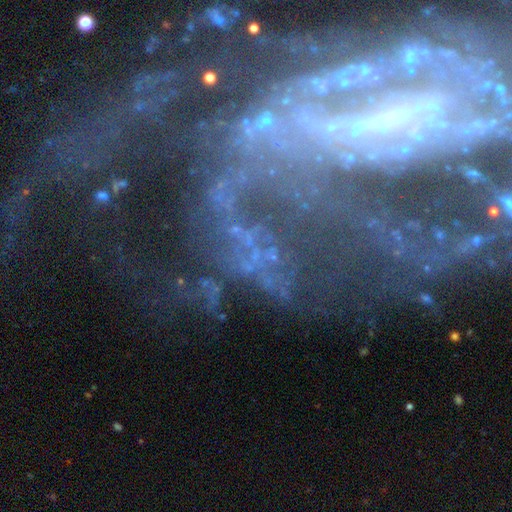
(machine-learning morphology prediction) Smooth or featured?
  - featured or disk: 71% *
  - star or artifact: 21%
  - smooth: 9%
Edge-on disk?
  - no: 93% *
  - yes: 7%
Bar?
  - strong: 42% *
  - no: 32%
  - weak: 26%
Spiral arms?
  - yes: 73% *
  - no: 27%
Bulge size?
  - small: 44% *
  - none: 31%
  - moderate: 18%
  - large: 4%
  - dominant: 3%
Merging?
  - none: 45% *
  - major disturbance: 31%
  - minor disturbance: 16%
  - merger: 7%